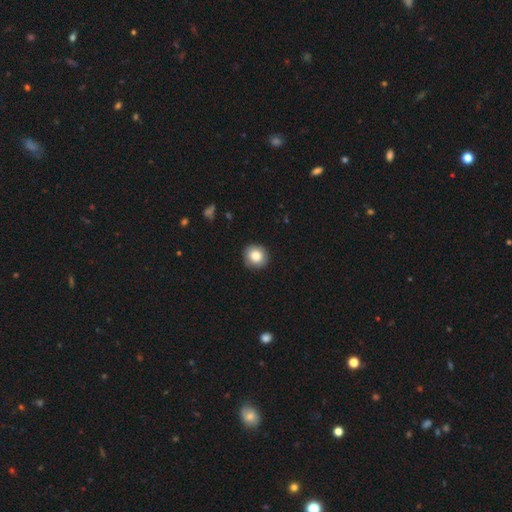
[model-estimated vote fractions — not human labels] Smooth or featured? smooth (84%)
How rounded? round (90%)
Merging? none (90%)